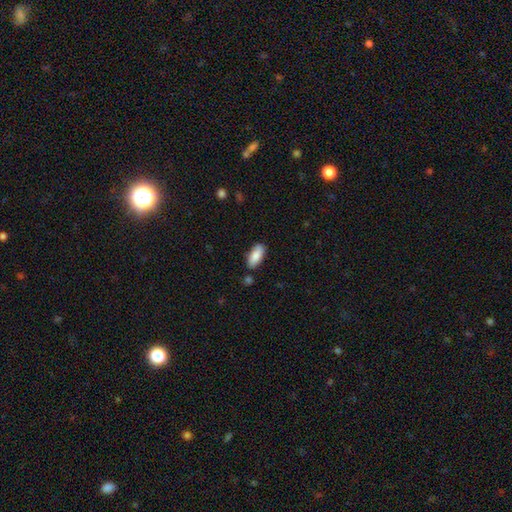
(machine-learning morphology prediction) Smooth or featured?
  - smooth: 85% *
  - featured or disk: 9%
  - star or artifact: 6%
How rounded?
  - in between: 86% *
  - cigar-shaped: 12%
  - round: 2%
Merging?
  - none: 80% *
  - minor disturbance: 13%
  - merger: 4%
  - major disturbance: 2%